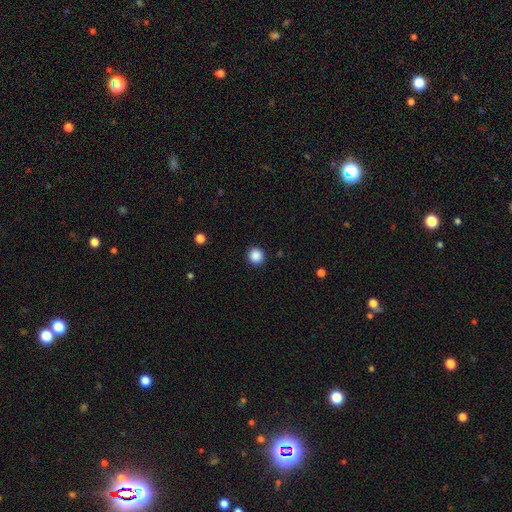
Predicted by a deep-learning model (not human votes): smooth-or-featured: smooth: 88% | star or artifact: 10% | featured or disk: 2%
  how-rounded: round: 94% | in between: 5% | cigar-shaped: 1%
  merging: none: 92% | minor disturbance: 5% | major disturbance: 2% | merger: 1%